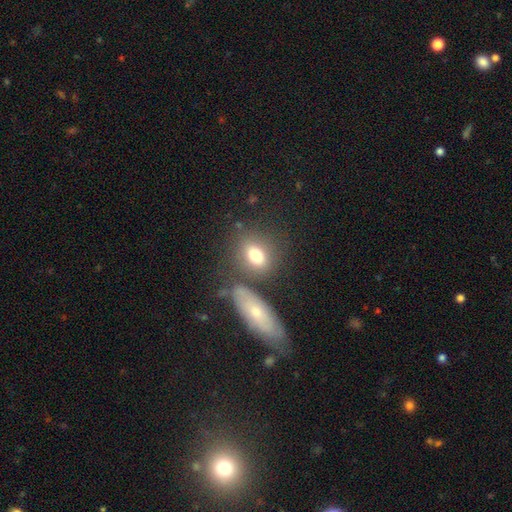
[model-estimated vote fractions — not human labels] Morphology: type=smooth (76%); roundness=in between (61%); merging=none (67%).